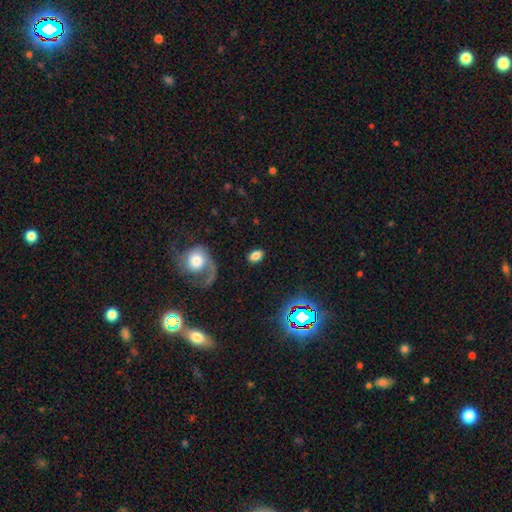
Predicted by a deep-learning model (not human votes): Morphology: type=smooth (74%); roundness=in between (86%); merging=none (83%).